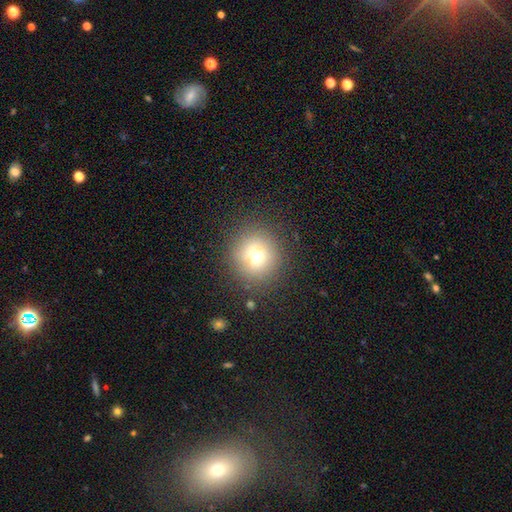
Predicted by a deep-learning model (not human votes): Smooth or featured: smooth — 68% (star or artifact — 18%)
How rounded: round — 92% (in between — 7%)
Merging: none — 84% (minor disturbance — 9%)